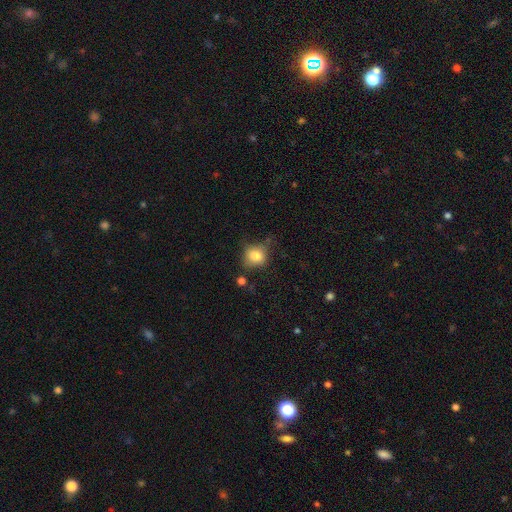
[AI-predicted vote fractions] Overall: smooth (81%). How rounded: round (72%). Merging: none (66%).